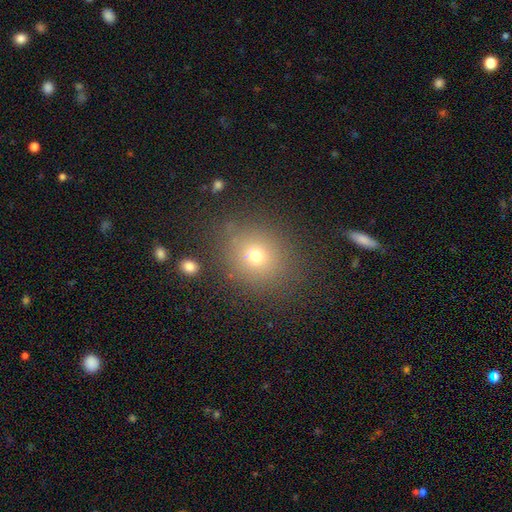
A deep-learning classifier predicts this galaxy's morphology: smooth-or-featured: smooth: 70% | star or artifact: 19% | featured or disk: 11%
  how-rounded: round: 76% | in between: 23% | cigar-shaped: 1%
  merging: none: 83% | minor disturbance: 10% | major disturbance: 4% | merger: 2%